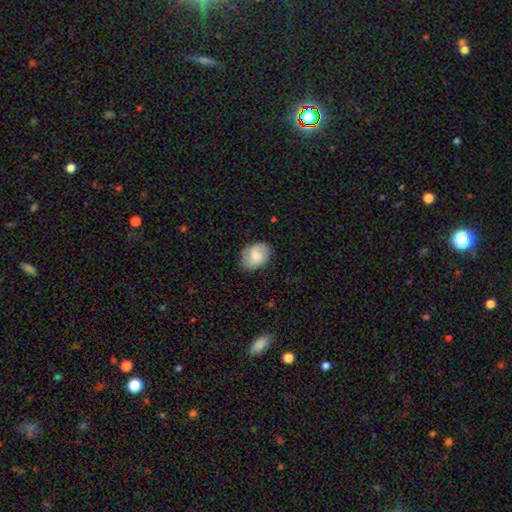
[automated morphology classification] smooth 75%, featured or disk 18%, star or artifact 7%. Down the decision tree: how rounded — in between (74%); merging — none (80%).